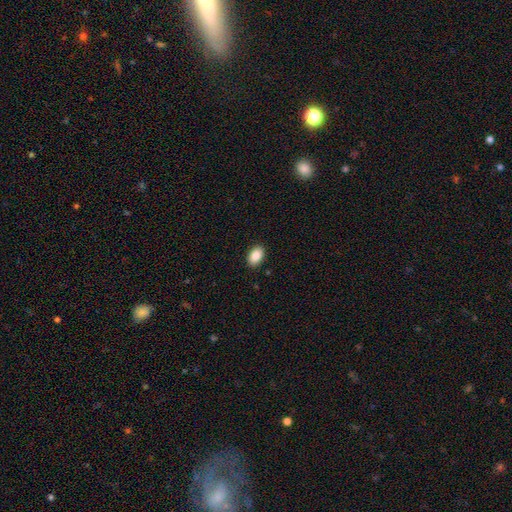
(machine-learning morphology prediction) type=smooth (89%); roundness=in between (90%); merging=none (89%).